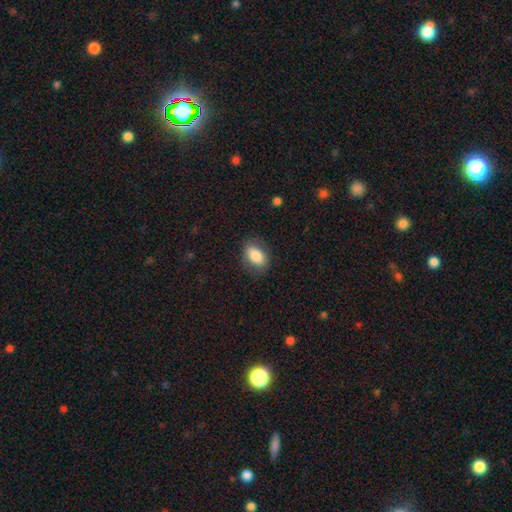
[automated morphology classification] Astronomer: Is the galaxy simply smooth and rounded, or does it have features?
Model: smooth — 83%.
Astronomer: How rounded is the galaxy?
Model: in between — 87%.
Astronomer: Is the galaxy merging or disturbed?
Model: none — 81%.